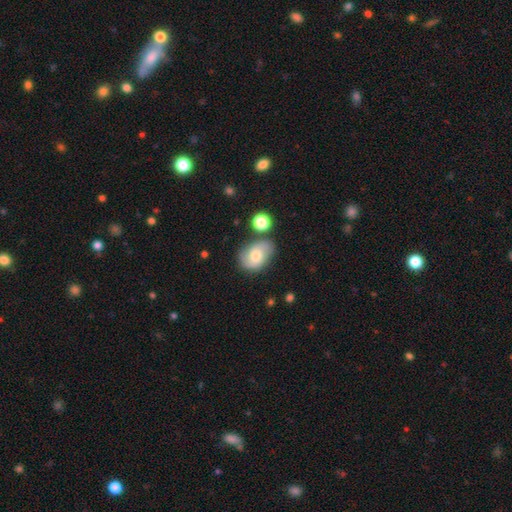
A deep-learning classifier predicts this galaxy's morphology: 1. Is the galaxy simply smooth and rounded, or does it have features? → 54% smooth, 37% featured or disk, 9% star or artifact.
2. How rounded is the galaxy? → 71% in between, 28% round, 1% cigar-shaped.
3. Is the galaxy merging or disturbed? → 63% none, 21% minor disturbance, 10% merger, 6% major disturbance.